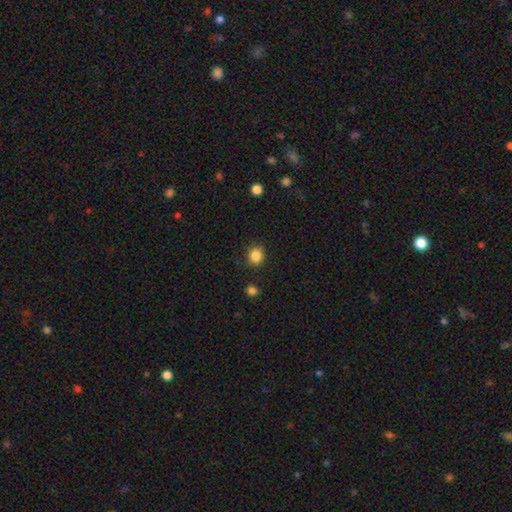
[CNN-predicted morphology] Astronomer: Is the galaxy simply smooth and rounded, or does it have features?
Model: smooth — 86%.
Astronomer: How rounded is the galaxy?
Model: round — 77%.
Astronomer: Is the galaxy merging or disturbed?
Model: none — 86%.